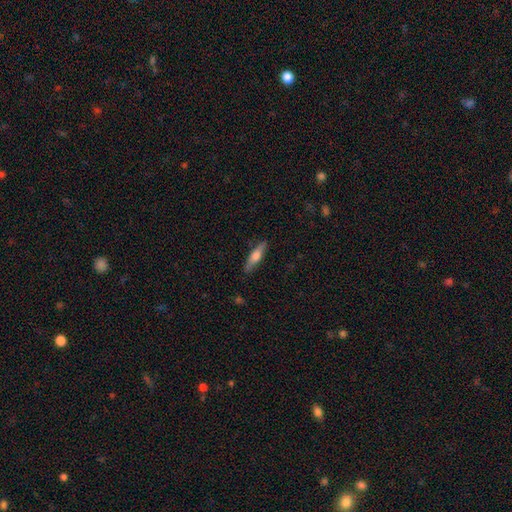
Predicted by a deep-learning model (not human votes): The model was most divided on "smooth or featured": smooth: 56%, featured or disk: 38%, star or artifact: 6%. More confident: merging — none (85%); how rounded — cigar-shaped (70%).